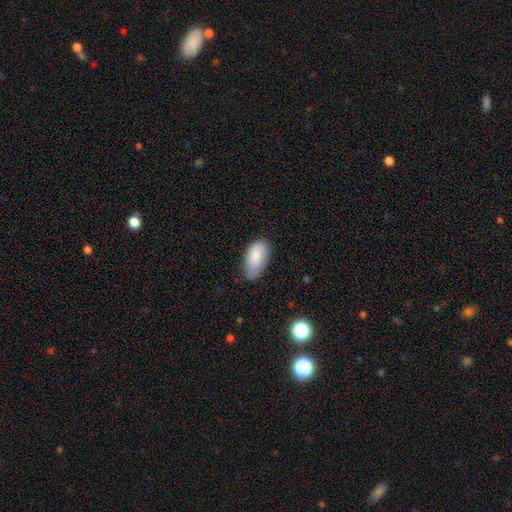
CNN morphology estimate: Overall: smooth (86%). How rounded: in between (94%). Merging: none (58%; minor disturbance 34%).